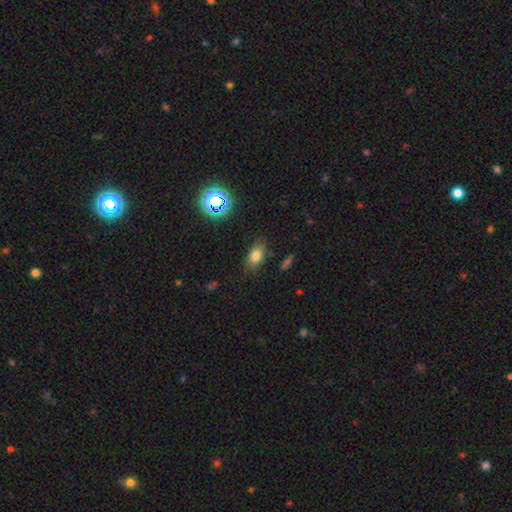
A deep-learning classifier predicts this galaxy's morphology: A smooth galaxy with no disk features (73%) that is in between round and cigar-shaped (83%). Merging: none (78%).